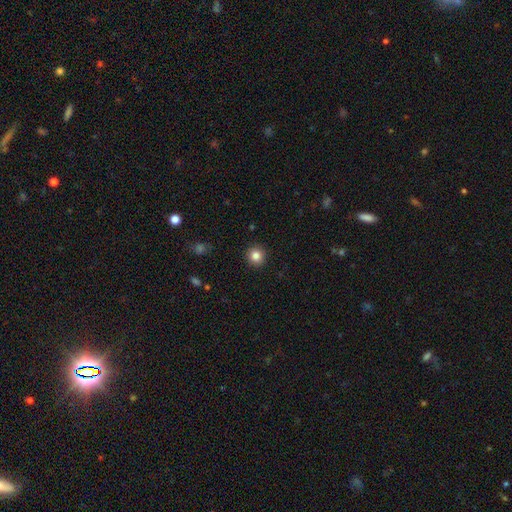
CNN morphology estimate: type=smooth (84%); roundness=round (93%); merging=none (92%).